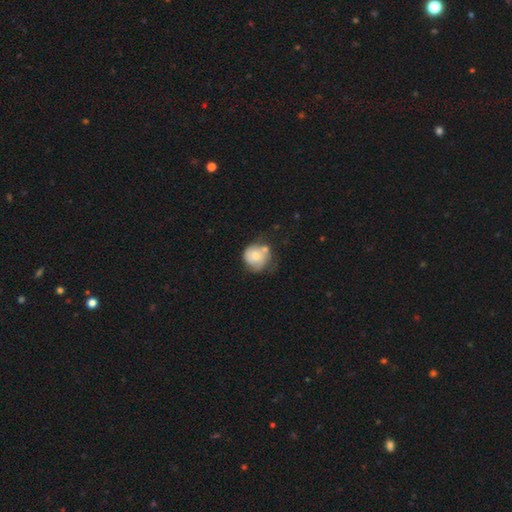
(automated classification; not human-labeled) This appears to be a smooth galaxy with no disk features (59%) that is round (82%). Merging: none (41%).